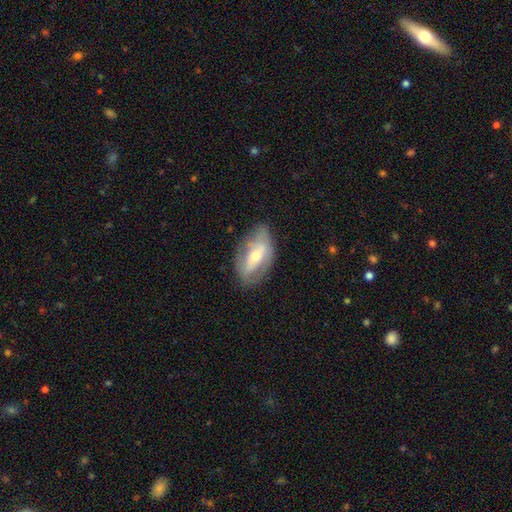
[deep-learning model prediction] A featured or disk galaxy (57%). Merging: none (70%).